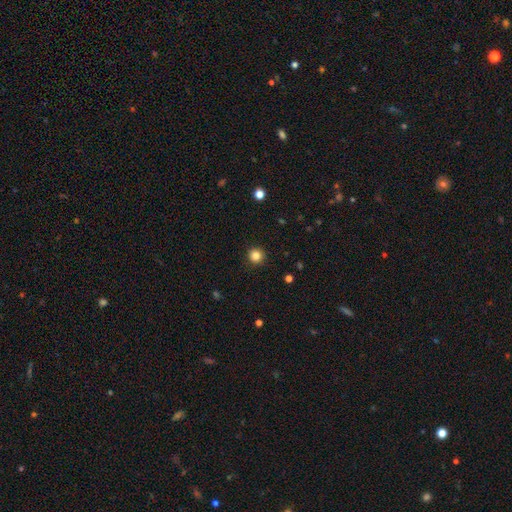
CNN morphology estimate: A smooth galaxy with no disk features (84%) that is round (96%).

Vote fractions:
- Smooth or featured? smooth: 84% / star or artifact: 12% / featured or disk: 4%
- How rounded? round: 96% / in between: 3% / cigar-shaped: 1%
- Merging? none: 93% / minor disturbance: 5% / major disturbance: 2% / merger: 1%